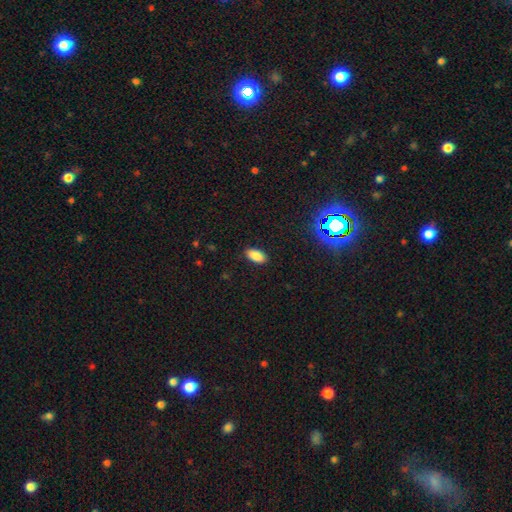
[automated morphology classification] Smooth or featured?
  - smooth: 86% *
  - star or artifact: 10%
  - featured or disk: 4%
How rounded?
  - in between: 93% *
  - cigar-shaped: 4%
  - round: 3%
Merging?
  - none: 88% *
  - minor disturbance: 8%
  - major disturbance: 2%
  - merger: 1%